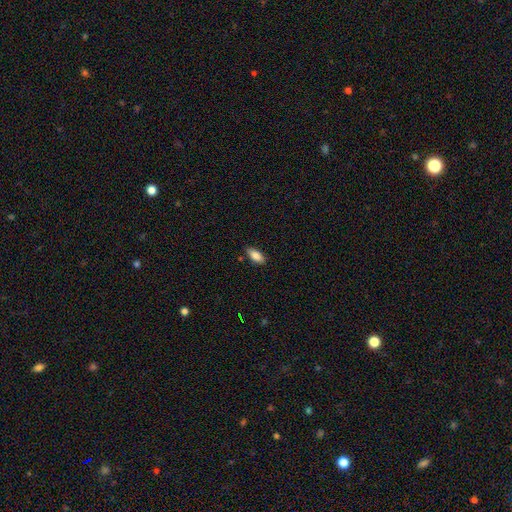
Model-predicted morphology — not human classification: type=smooth (84%); roundness=in between (87%); merging=none (85%).